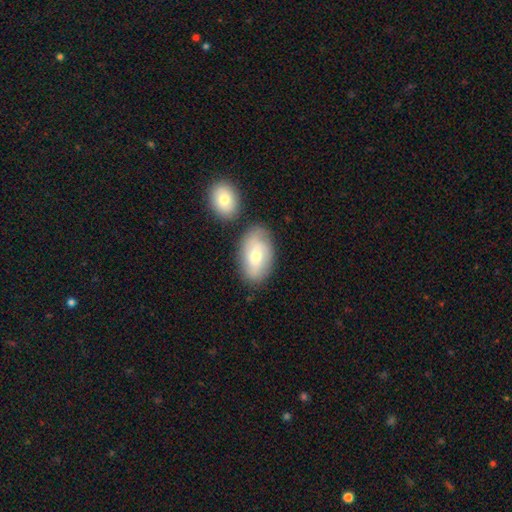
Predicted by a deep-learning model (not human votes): smooth-or-featured: smooth: 56% | featured or disk: 38% | star or artifact: 7%
  how-rounded: in between: 92% | round: 6% | cigar-shaped: 2%
  merging: none: 70% | minor disturbance: 15% | merger: 10% | major disturbance: 4%